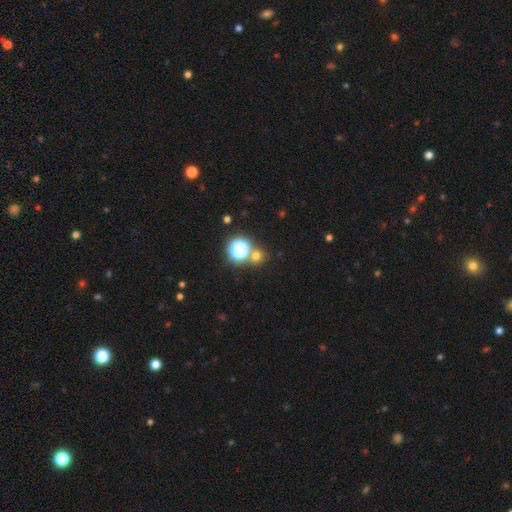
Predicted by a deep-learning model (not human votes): The model was most divided on "smooth or featured": smooth: 61%, star or artifact: 32%, featured or disk: 7%. More confident: how rounded — round (87%); merging — none (71%).